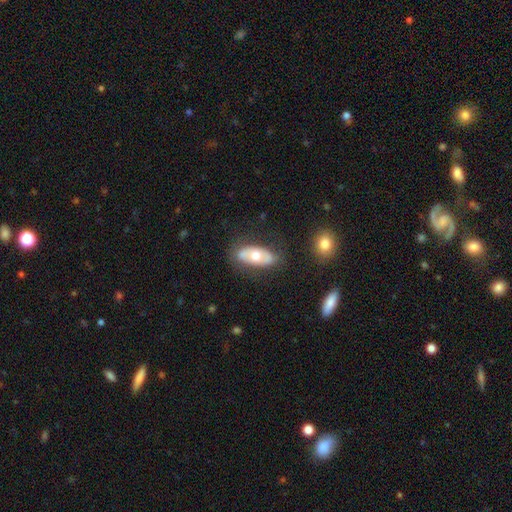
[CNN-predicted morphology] A smooth galaxy with no disk features (52%) that is in between round and cigar-shaped (89%). Merging: none (75%).